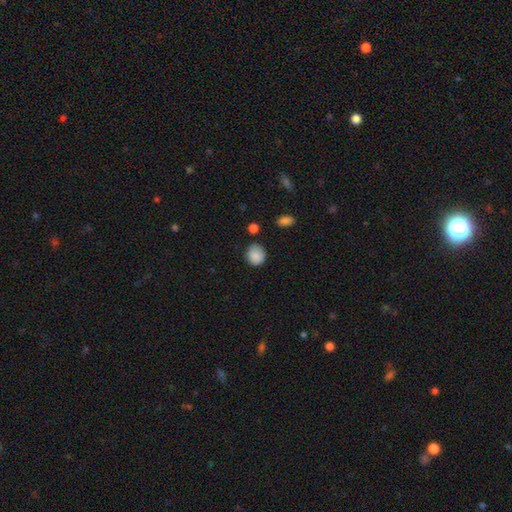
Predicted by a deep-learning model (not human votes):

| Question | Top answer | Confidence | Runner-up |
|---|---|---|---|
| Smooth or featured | smooth | 88% | star or artifact (8%) |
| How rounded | round | 79% | in between (20%) |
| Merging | none | 77% | minor disturbance (17%) |